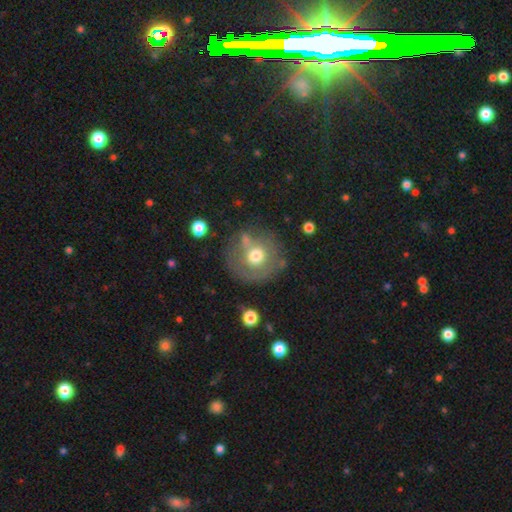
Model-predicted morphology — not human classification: A smooth galaxy with no disk features (51%) that is round (90%). Merging: none (62%).